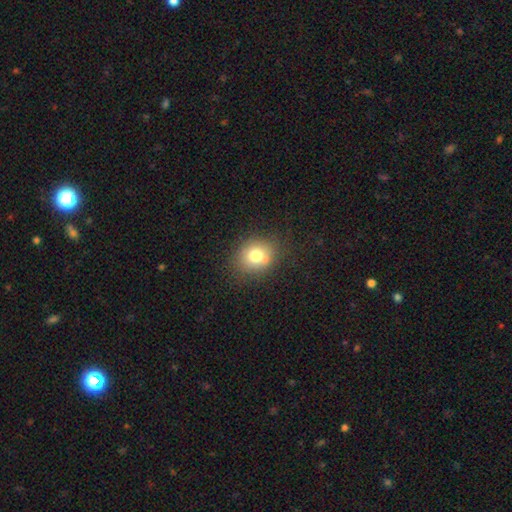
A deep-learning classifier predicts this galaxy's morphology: smooth-or-featured: smooth: 75% | featured or disk: 13% | star or artifact: 12%
  how-rounded: round: 68% | in between: 32% | cigar-shaped: 1%
  merging: none: 78% | minor disturbance: 14% | major disturbance: 5% | merger: 4%